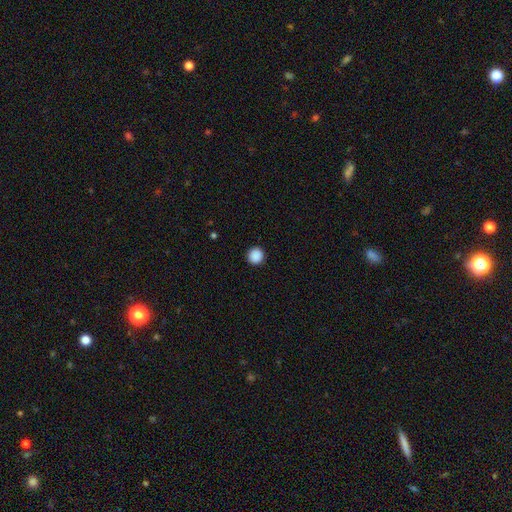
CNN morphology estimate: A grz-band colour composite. It shows a smooth galaxy with no disk features (89%) that is round (96%). Merging: none (93%).